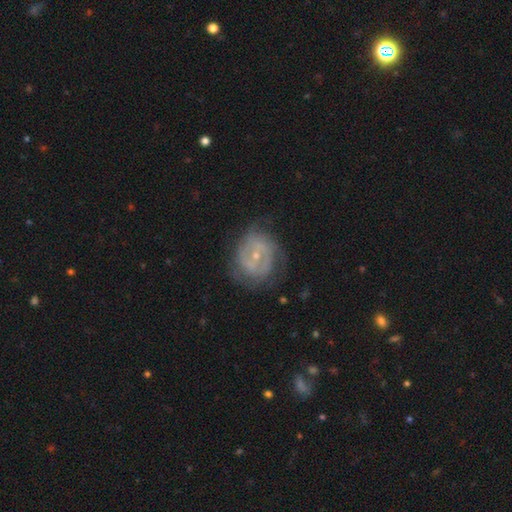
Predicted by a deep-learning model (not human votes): The model was most divided on "spiral arm count": 2: 41%, can't tell: 36%, 3: 10%, 1: 5%, 4: 4%, more than 4: 3%. More confident: edge-on disk — no (97%); spiral arms — yes (80%); smooth or featured — featured or disk (73%); merging — none (67%); bulge size — small (67%); spiral winding — tight (52%); bar — no (51%).